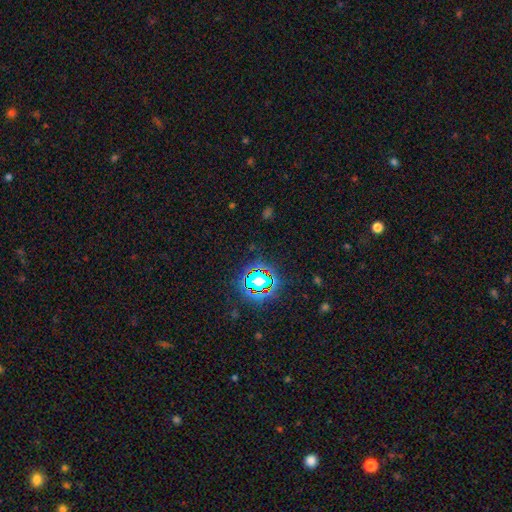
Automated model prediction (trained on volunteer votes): smooth-or-featured: star or artifact: 78% | smooth: 13% | featured or disk: 8%